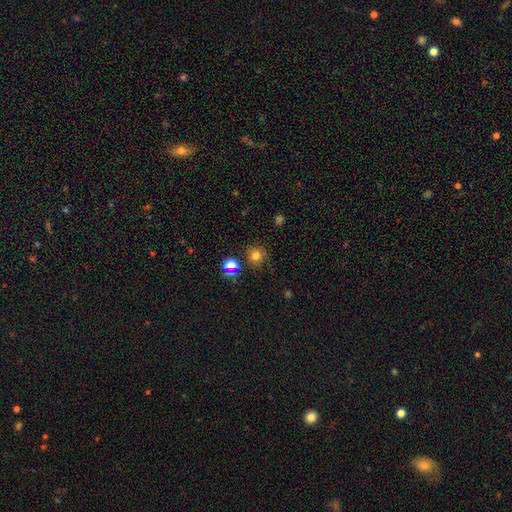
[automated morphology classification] A smooth galaxy with no disk features (74%) that is round (92%).

Vote fractions:
- Smooth or featured? smooth: 74% / star or artifact: 20% / featured or disk: 7%
- How rounded? round: 92% / in between: 7% / cigar-shaped: 1%
- Merging? none: 83% / minor disturbance: 9% / merger: 5% / major disturbance: 3%